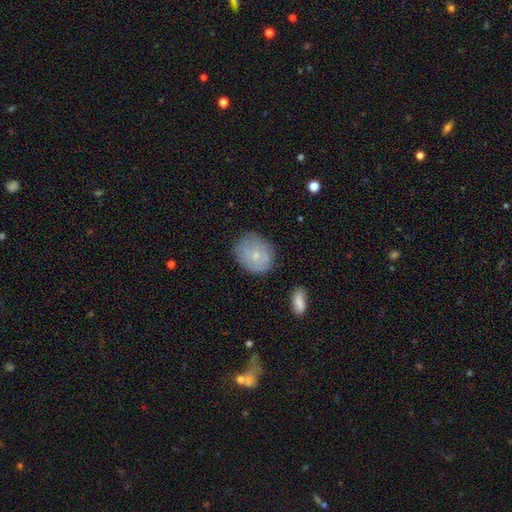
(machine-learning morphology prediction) Smooth or featured? Predicted: smooth (p=0.64). How rounded? Predicted: round (p=0.63). Merging? Predicted: none (p=0.73).